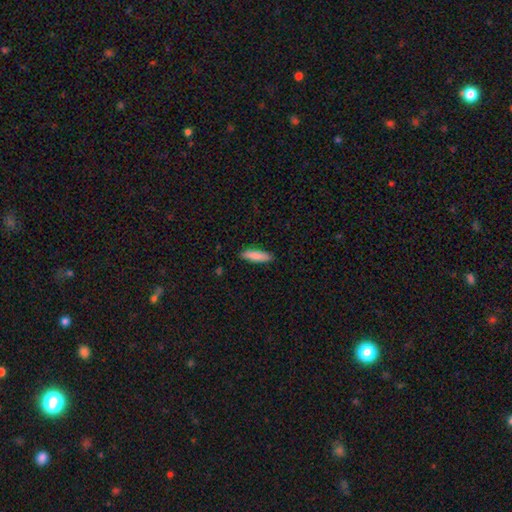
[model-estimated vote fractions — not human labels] smooth 87%, featured or disk 7%, star or artifact 6%. Down the decision tree: how rounded — cigar-shaped (67%); merging — none (88%).